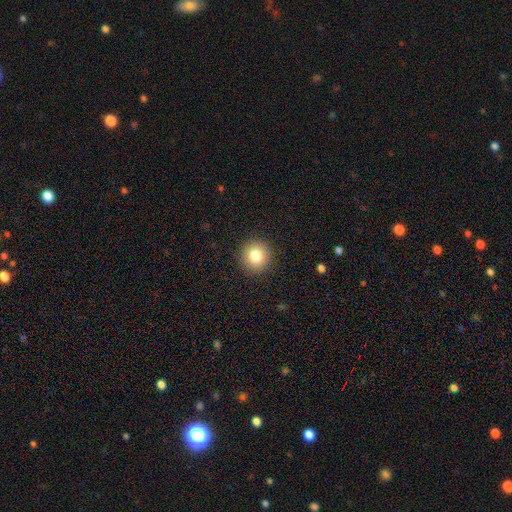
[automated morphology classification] This is clearly a smooth galaxy (82%). How rounded: clearly round (93%). Merging: clearly none (91%).